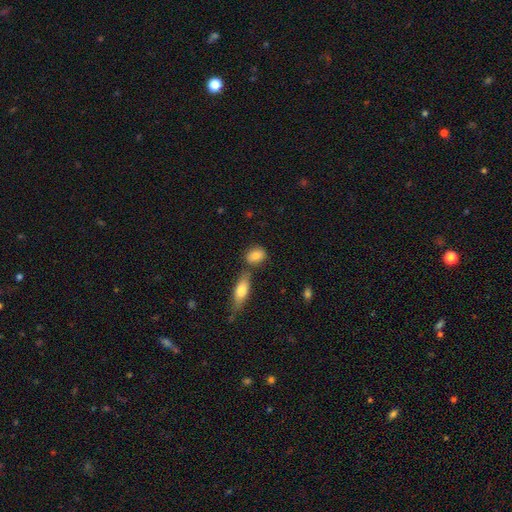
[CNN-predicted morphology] smooth-or-featured: smooth: 83% | featured or disk: 9% | star or artifact: 8%
  how-rounded: in between: 72% | round: 23% | cigar-shaped: 5%
  merging: none: 64% | merger: 18% | minor disturbance: 14% | major disturbance: 4%